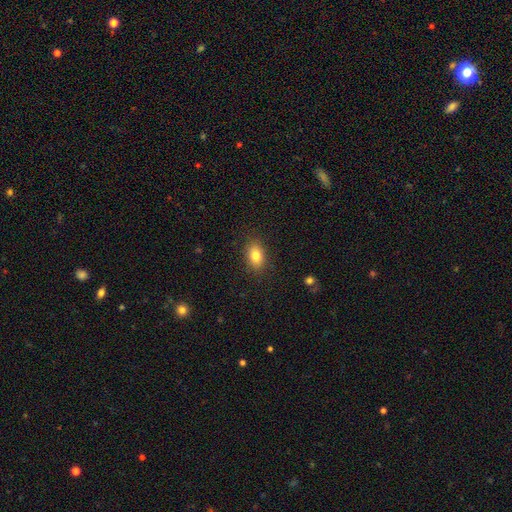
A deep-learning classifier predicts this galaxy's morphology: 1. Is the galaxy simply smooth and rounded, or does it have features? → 81% smooth, 9% star or artifact, 9% featured or disk.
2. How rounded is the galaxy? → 83% in between, 15% round, 2% cigar-shaped.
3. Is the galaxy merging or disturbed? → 87% none, 9% minor disturbance, 3% major disturbance, 1% merger.